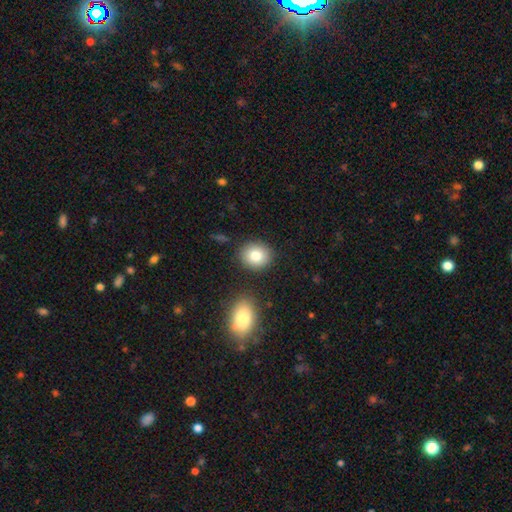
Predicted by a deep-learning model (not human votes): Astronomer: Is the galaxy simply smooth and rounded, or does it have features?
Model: smooth — 82%.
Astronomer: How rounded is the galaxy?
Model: round — 72%.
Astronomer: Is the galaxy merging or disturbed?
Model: none — 85%.